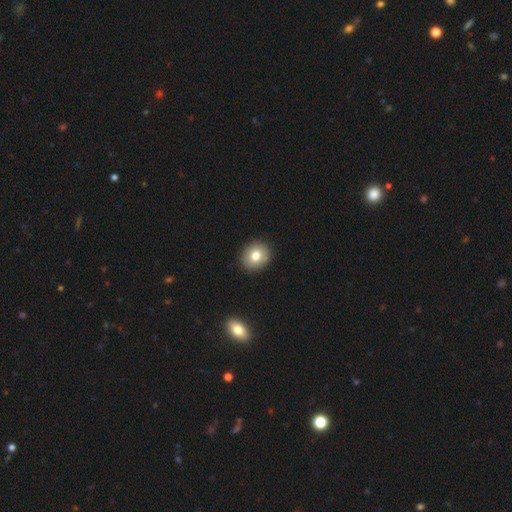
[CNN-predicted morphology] Smooth or featured?
  - smooth: 77% *
  - featured or disk: 13%
  - star or artifact: 10%
How rounded?
  - round: 70% *
  - in between: 29%
  - cigar-shaped: 1%
Merging?
  - none: 90% *
  - minor disturbance: 7%
  - major disturbance: 2%
  - merger: 1%